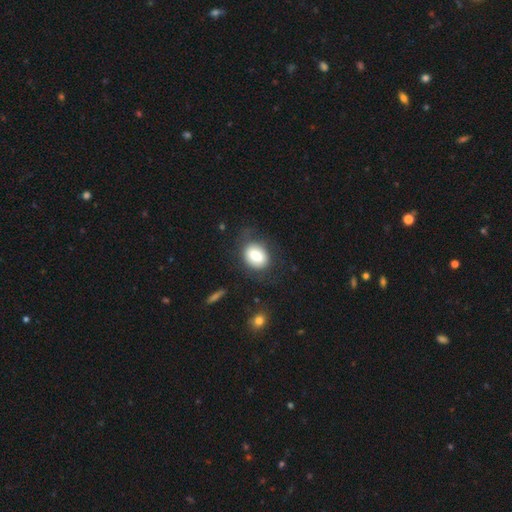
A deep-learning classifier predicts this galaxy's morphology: Smooth or featured? smooth (79%)
How rounded? in between (64%)
Merging? none (67%)